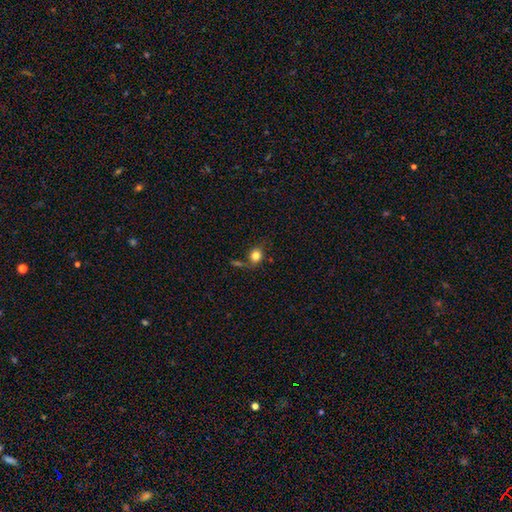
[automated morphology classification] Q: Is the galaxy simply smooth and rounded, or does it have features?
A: smooth — 80%.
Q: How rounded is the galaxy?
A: round — 68%.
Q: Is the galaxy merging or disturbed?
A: none — 60%.